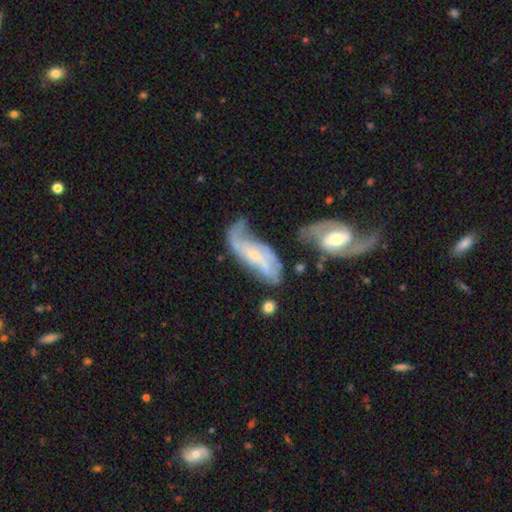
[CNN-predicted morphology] A featured or disk galaxy (76%) with no bar (47%), 2 (62%) loose (51%) spiral arms (88%) and a small central bulge (69%). Merging: none (32%).